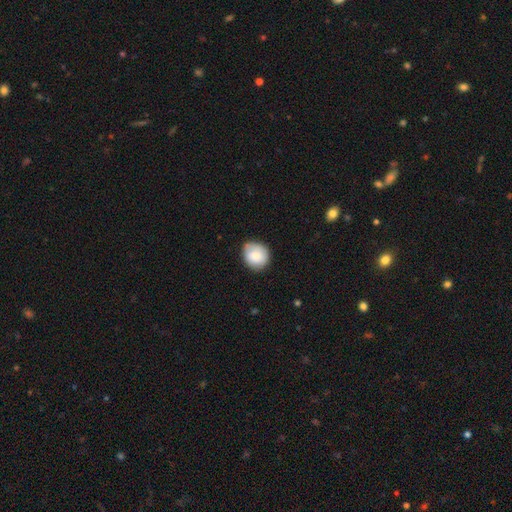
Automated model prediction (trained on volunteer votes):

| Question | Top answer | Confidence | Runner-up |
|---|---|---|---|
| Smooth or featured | smooth | 78% | featured or disk (15%) |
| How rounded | round | 77% | in between (22%) |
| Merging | none | 72% | minor disturbance (23%) |